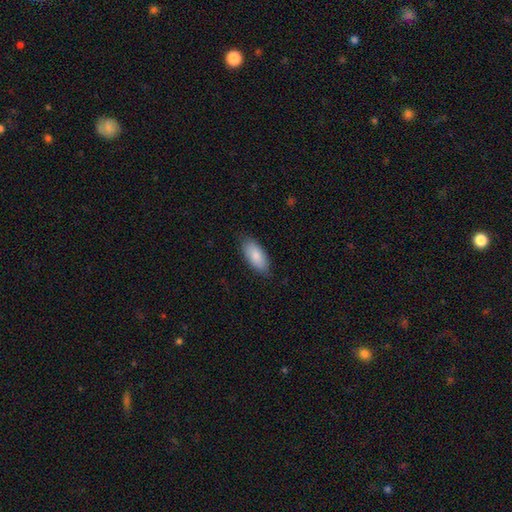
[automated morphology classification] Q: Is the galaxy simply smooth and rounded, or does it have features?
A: smooth — 85%.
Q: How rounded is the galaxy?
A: in between — 90%.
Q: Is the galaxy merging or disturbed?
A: none — 83%.